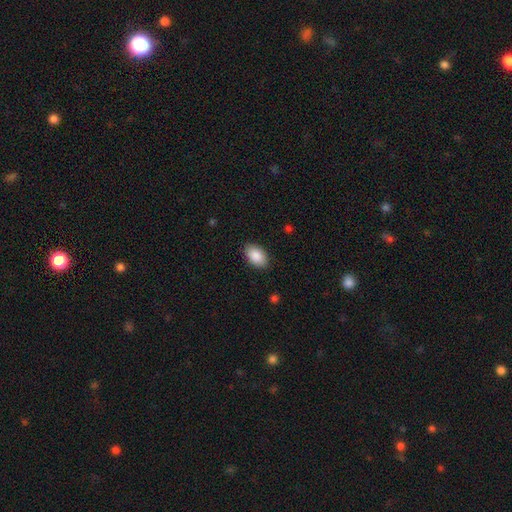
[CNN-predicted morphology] Smooth or featured? Predicted: smooth (p=0.89). How rounded? Predicted: in between (p=0.93). Merging? Predicted: none (p=0.88).